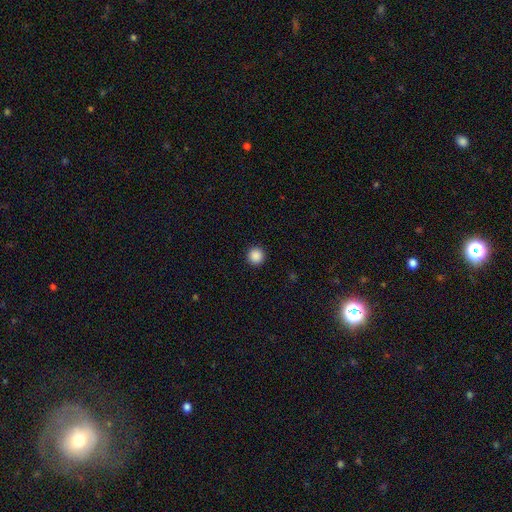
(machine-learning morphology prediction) Smooth or featured?
  - smooth: 88% *
  - star or artifact: 10%
  - featured or disk: 2%
How rounded?
  - round: 96% *
  - in between: 3%
  - cigar-shaped: 1%
Merging?
  - none: 93% *
  - minor disturbance: 4%
  - major disturbance: 2%
  - merger: 1%